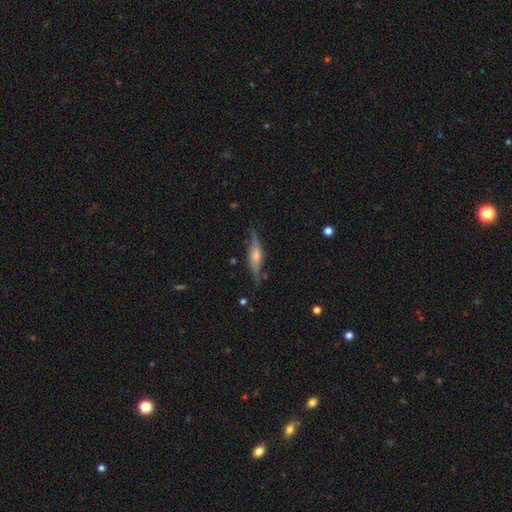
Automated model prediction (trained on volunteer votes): Smooth or featured?
  - featured or disk: 67% *
  - smooth: 26%
  - star or artifact: 7%
Edge-on disk?
  - yes: 88% *
  - no: 12%
Edge-on bulge?
  - rounded: 78% *
  - boxy: 15%
  - none: 7%
Merging?
  - none: 77% *
  - minor disturbance: 17%
  - major disturbance: 4%
  - merger: 2%